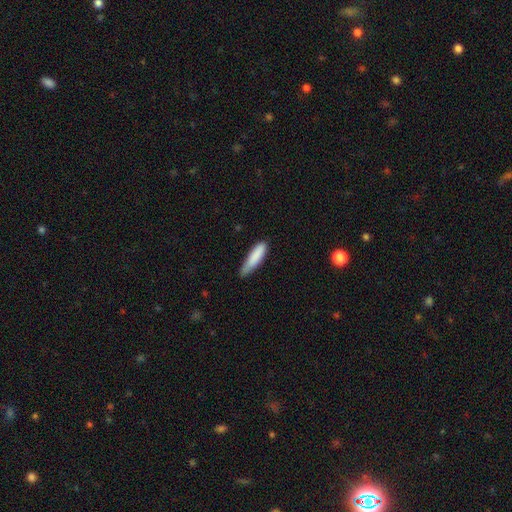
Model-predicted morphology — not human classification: Smooth or featured? Predicted: smooth (p=0.85). How rounded? Predicted: cigar-shaped (p=0.76). Merging? Predicted: none (p=0.55).